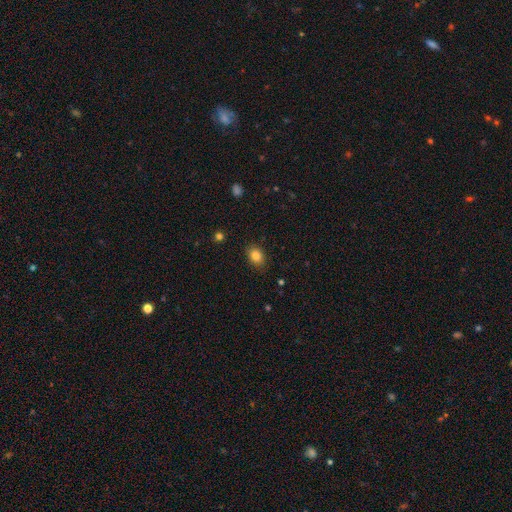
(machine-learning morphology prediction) Q: Smooth or featured?
A: smooth (84%); runner-up: star or artifact (10%)
Q: How rounded?
A: in between (64%); runner-up: round (35%)
Q: Merging?
A: none (86%); runner-up: minor disturbance (11%)